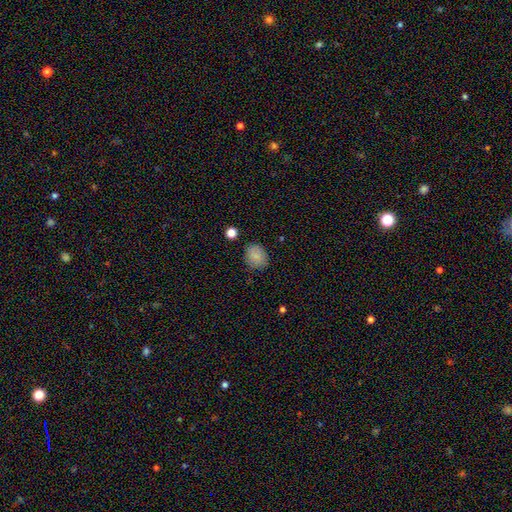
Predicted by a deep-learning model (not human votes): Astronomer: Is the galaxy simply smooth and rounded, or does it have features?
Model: smooth — 84%.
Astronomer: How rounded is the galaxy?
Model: round — 58% (runner-up: in between, 41%).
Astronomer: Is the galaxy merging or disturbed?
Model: none — 82%.